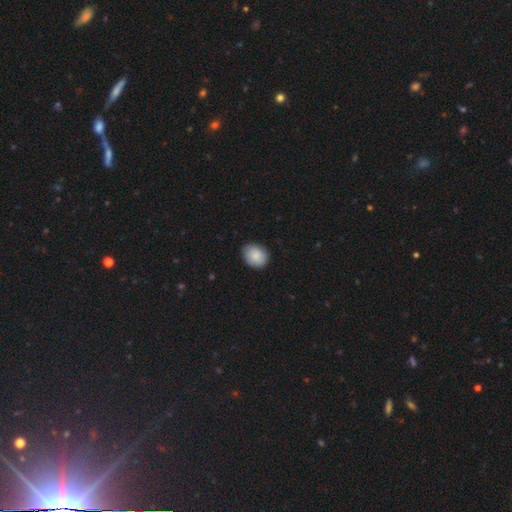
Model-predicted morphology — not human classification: type=smooth (86%); roundness=in between (50%); merging=none (81%).